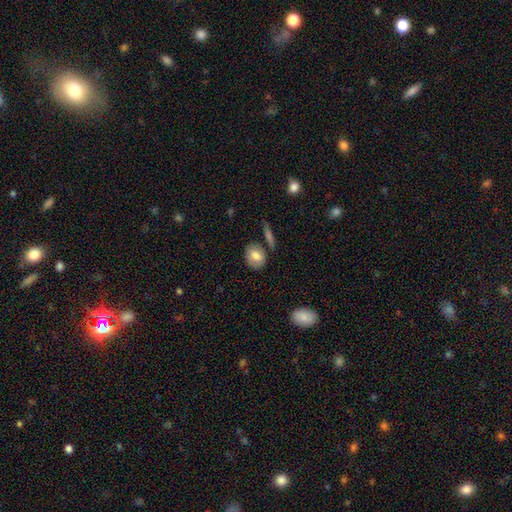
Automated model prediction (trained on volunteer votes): Morphology: type=smooth (77%); roundness=in between (56%); merging=none (73%).